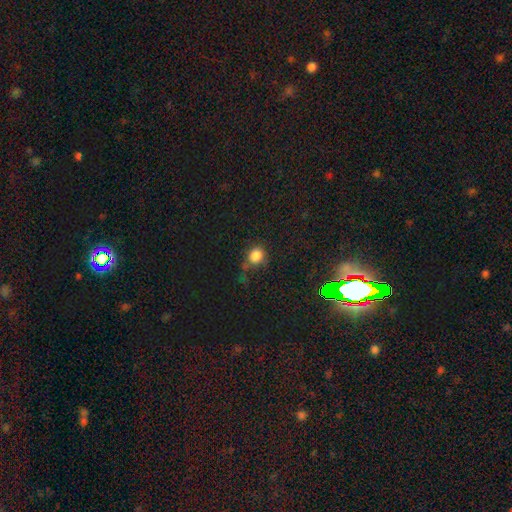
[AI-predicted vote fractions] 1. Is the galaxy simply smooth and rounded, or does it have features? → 81% smooth, 13% star or artifact, 6% featured or disk.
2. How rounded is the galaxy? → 70% round, 29% in between, 1% cigar-shaped.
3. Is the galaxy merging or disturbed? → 55% none, 26% minor disturbance, 13% major disturbance, 6% merger.